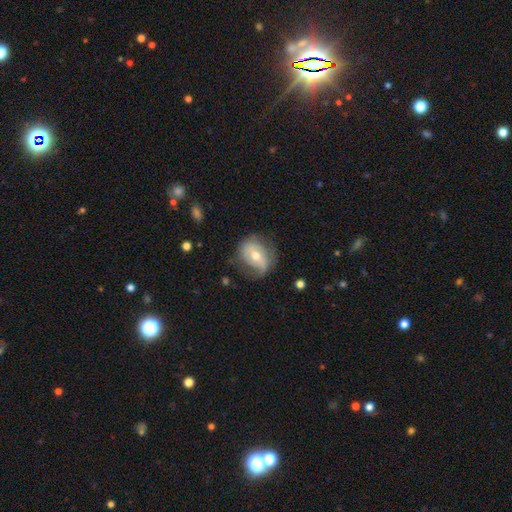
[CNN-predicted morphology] Smooth or featured?
  - featured or disk: 63% *
  - smooth: 30%
  - star or artifact: 7%
Edge-on disk?
  - no: 96% *
  - yes: 4%
Bar?
  - weak: 43% *
  - no: 35%
  - strong: 23%
Spiral arms?
  - yes: 77% *
  - no: 23%
Bulge size?
  - moderate: 68% *
  - small: 26%
  - large: 4%
  - none: 1%
  - dominant: 1%
Merging?
  - none: 56% *
  - minor disturbance: 26%
  - major disturbance: 16%
  - merger: 2%